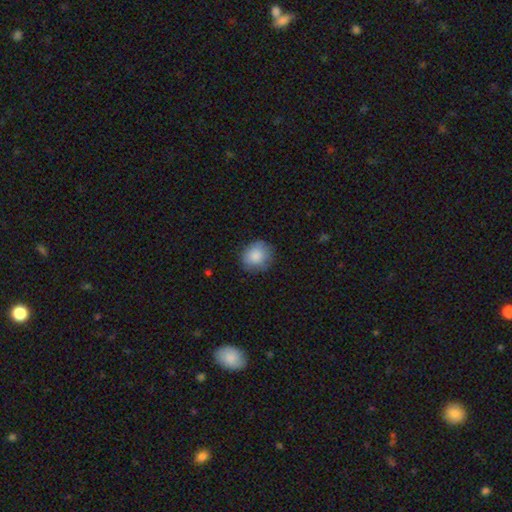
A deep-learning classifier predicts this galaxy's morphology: smooth_or_featured: smooth (p=0.86) [alt: star or artifact p=0.07]
how_rounded: round (p=0.76) [alt: in between p=0.23]
merging: none (p=0.78) [alt: minor disturbance p=0.17]